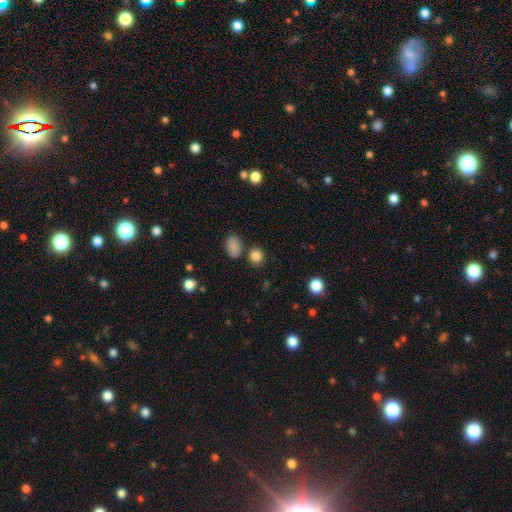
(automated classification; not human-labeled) The model was most divided on "how rounded": round: 79%, in between: 20%, cigar-shaped: 1%. More confident: smooth or featured — smooth (83%); merging — none (79%).